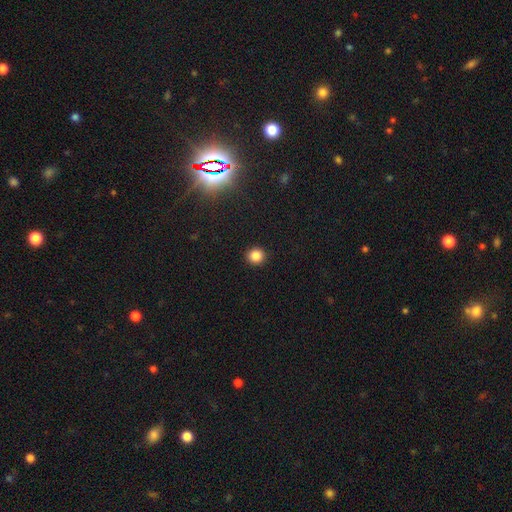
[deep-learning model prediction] A smooth galaxy with no disk features (84%) that is round (91%).

Vote fractions:
- Smooth or featured? smooth: 84% / star or artifact: 12% / featured or disk: 4%
- How rounded? round: 91% / in between: 8% / cigar-shaped: 1%
- Merging? none: 93% / minor disturbance: 5% / major disturbance: 2% / merger: 1%